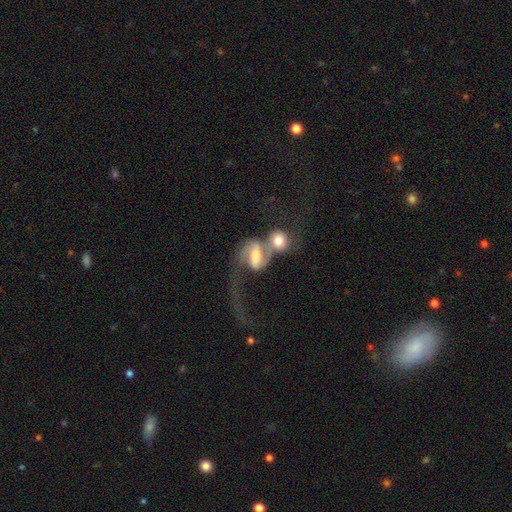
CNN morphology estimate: A featured or disk galaxy (69%) with a strong bar (40%), 2 (71%) loose (70%) spiral arms (87%) and a moderate central bulge (47%). Merging: merger (68%).